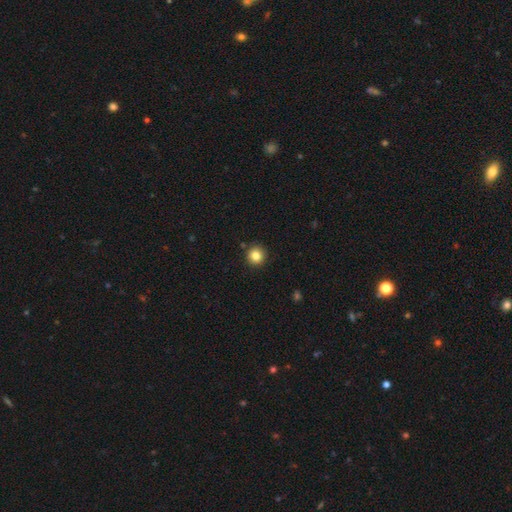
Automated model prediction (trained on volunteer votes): Smooth or featured?
  - smooth: 84% *
  - star or artifact: 11%
  - featured or disk: 5%
How rounded?
  - round: 94% *
  - in between: 5%
  - cigar-shaped: 1%
Merging?
  - none: 90% *
  - minor disturbance: 6%
  - merger: 2%
  - major disturbance: 2%